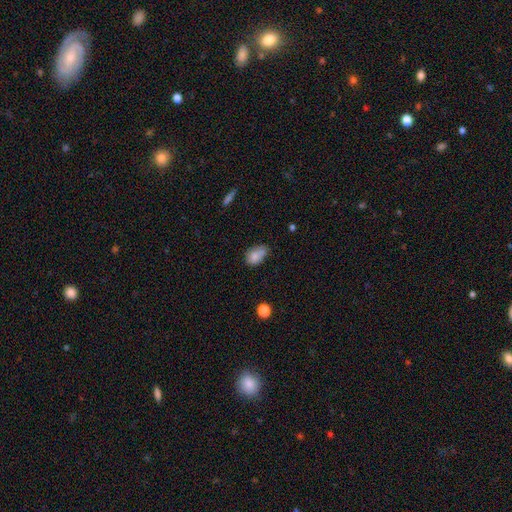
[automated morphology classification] smooth_or_featured: smooth (p=0.79) [alt: featured or disk p=0.12]
how_rounded: in between (p=0.84) [alt: round p=0.15]
merging: none (p=0.47) [alt: minor disturbance p=0.36]